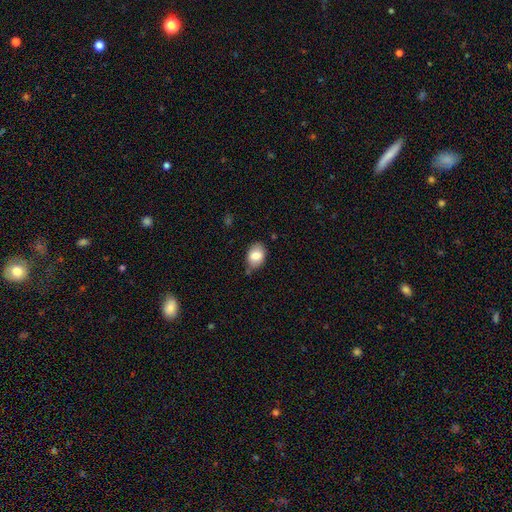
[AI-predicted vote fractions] Smooth or featured?
  - smooth: 81% *
  - featured or disk: 11%
  - star or artifact: 8%
How rounded?
  - in between: 80% *
  - round: 19%
  - cigar-shaped: 1%
Merging?
  - none: 75% *
  - minor disturbance: 19%
  - major disturbance: 3%
  - merger: 3%